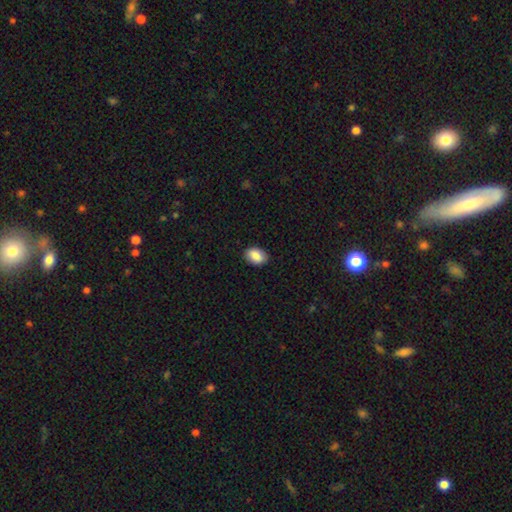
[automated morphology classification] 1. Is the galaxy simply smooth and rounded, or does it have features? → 87% smooth, 7% star or artifact, 6% featured or disk.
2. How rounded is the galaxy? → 84% in between, 15% round, 1% cigar-shaped.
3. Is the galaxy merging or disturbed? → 89% none, 9% minor disturbance, 2% major disturbance, 1% merger.